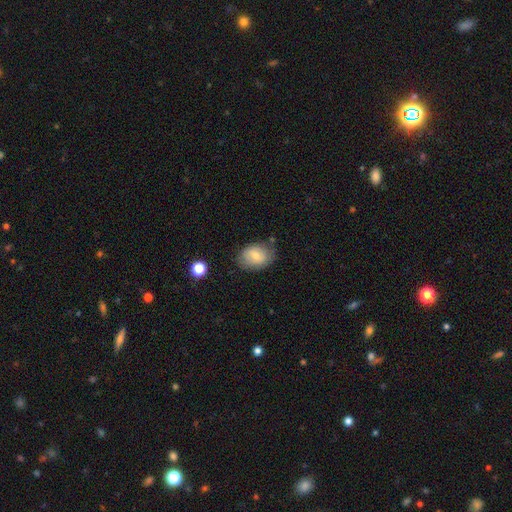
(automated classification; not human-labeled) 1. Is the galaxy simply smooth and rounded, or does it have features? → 67% smooth, 24% featured or disk, 8% star or artifact.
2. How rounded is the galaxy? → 71% in between, 28% round, 1% cigar-shaped.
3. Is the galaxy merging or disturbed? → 72% none, 20% minor disturbance, 5% major disturbance, 3% merger.